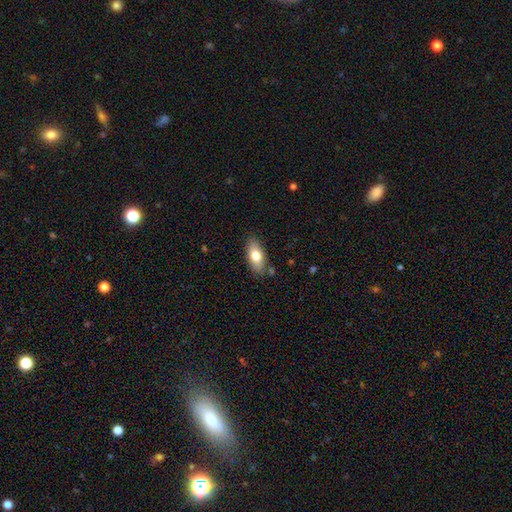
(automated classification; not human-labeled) A smooth galaxy with no disk features (75%) that is in between round and cigar-shaped (87%). Merging: none (81%).